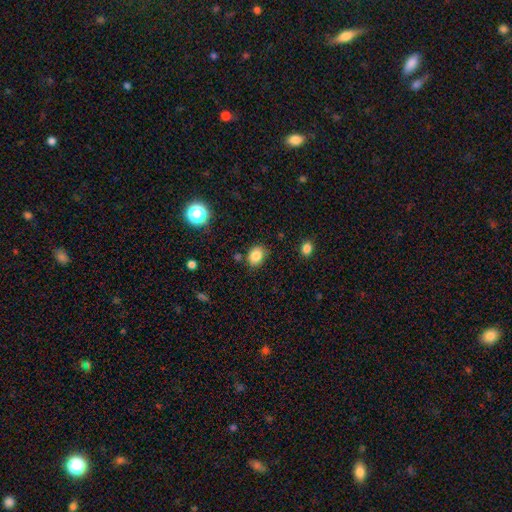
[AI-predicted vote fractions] This is clearly a smooth galaxy (83%). How rounded: possibly in between (53%). Merging: likely none (77%).